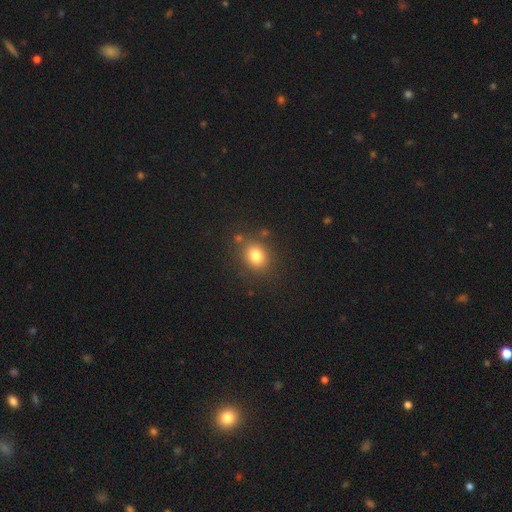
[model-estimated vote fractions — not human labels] Smooth or featured? Predicted: smooth (p=0.80). How rounded? Predicted: round (p=0.57). Merging? Predicted: none (p=0.79).